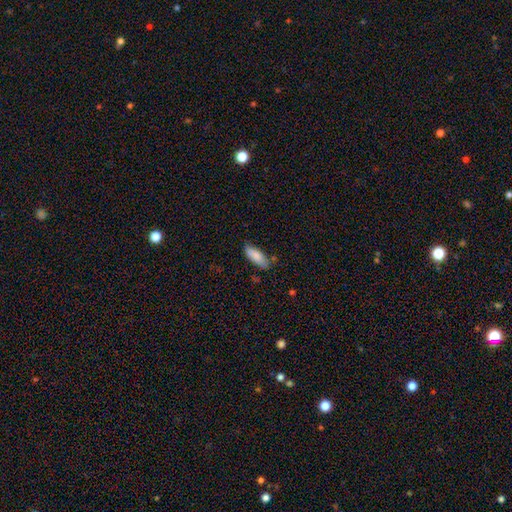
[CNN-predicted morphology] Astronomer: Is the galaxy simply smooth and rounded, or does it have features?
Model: smooth — 84%.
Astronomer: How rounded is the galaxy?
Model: in between — 72%.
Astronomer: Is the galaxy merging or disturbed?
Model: none — 71%.